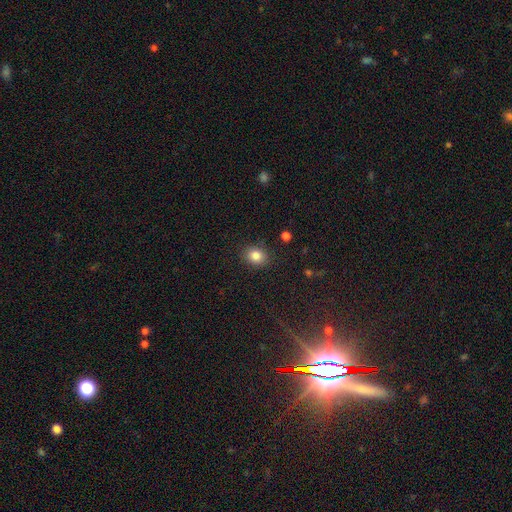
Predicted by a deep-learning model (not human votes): A smooth galaxy with no disk features (84%) that is round (58%).

Vote fractions:
- Smooth or featured? smooth: 84% / star or artifact: 10% / featured or disk: 6%
- How rounded? round: 58% / in between: 41% / cigar-shaped: 1%
- Merging? none: 86% / minor disturbance: 10% / major disturbance: 3% / merger: 1%